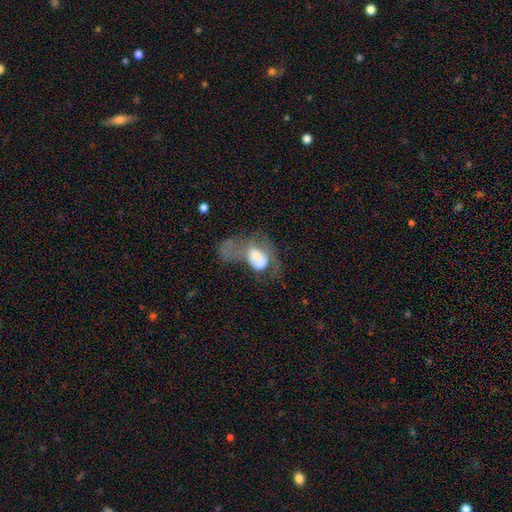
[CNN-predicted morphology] This is possibly a featured or disk galaxy (49%). Merging: possibly major disturbance (55%).